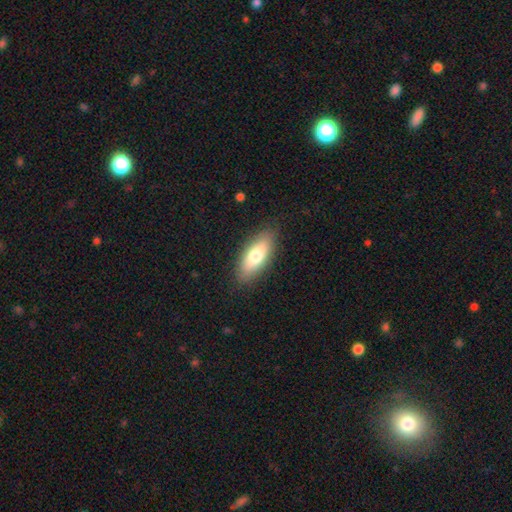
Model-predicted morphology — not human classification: The model was most divided on "smooth or featured": smooth: 74%, featured or disk: 20%, star or artifact: 6%. More confident: merging — none (85%); how rounded — in between (77%).